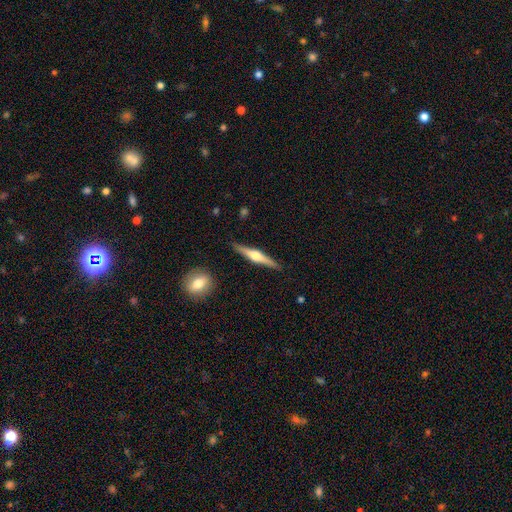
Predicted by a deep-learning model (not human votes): featured or disk 72%, smooth 23%, star or artifact 5%. Down the decision tree: edge-on disk — yes (98%); edge-on bulge — rounded (93%); merging — none (89%).